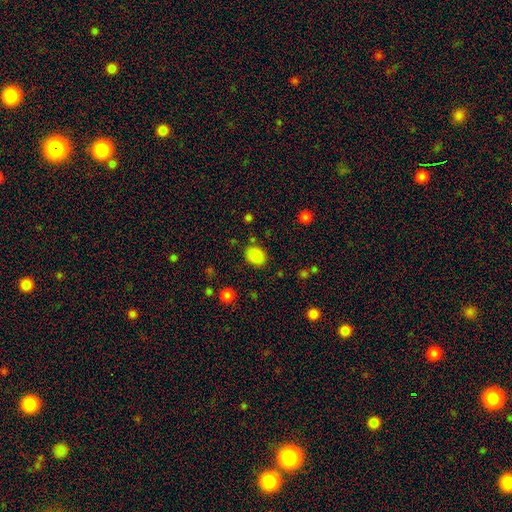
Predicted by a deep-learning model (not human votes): smooth_or_featured: smooth (p=0.87) [alt: star or artifact p=0.10]
how_rounded: in between (p=0.62) [alt: round p=0.37]
merging: none (p=0.82) [alt: minor disturbance p=0.11]